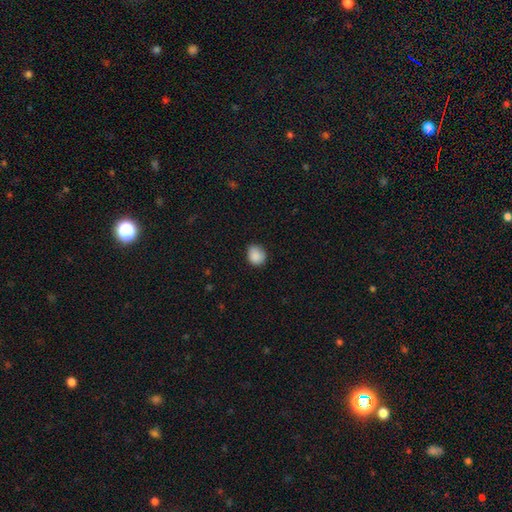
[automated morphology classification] smooth_or_featured: smooth (p=0.87) [alt: star or artifact p=0.08]
how_rounded: round (p=0.70) [alt: in between p=0.29]
merging: none (p=0.74) [alt: minor disturbance p=0.22]